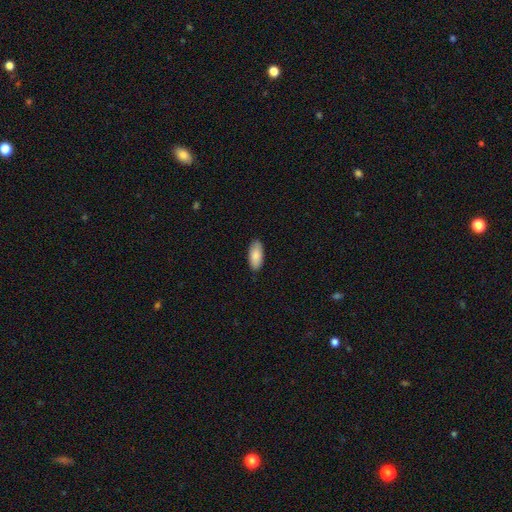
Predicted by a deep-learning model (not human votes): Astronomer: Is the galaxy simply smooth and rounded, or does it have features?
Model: smooth — 86%.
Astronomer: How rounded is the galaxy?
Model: in between — 88%.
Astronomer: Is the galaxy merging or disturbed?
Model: none — 88%.